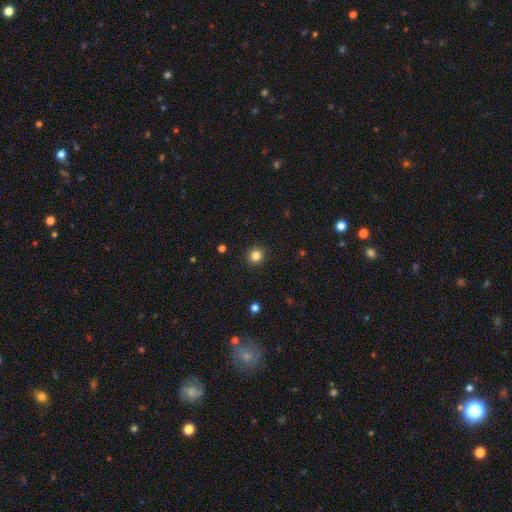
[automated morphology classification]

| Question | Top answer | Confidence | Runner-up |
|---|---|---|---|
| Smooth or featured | smooth | 83% | star or artifact (12%) |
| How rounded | round | 92% | in between (7%) |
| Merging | none | 92% | minor disturbance (5%) |